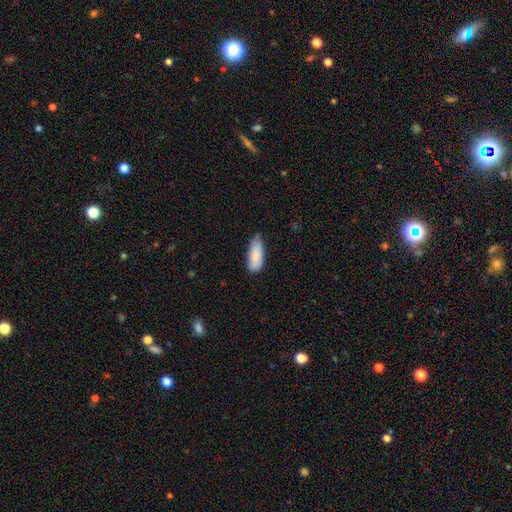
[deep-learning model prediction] Smooth or featured? Predicted: smooth (p=0.87). How rounded? Predicted: in between (p=0.79). Merging? Predicted: none (p=0.58).